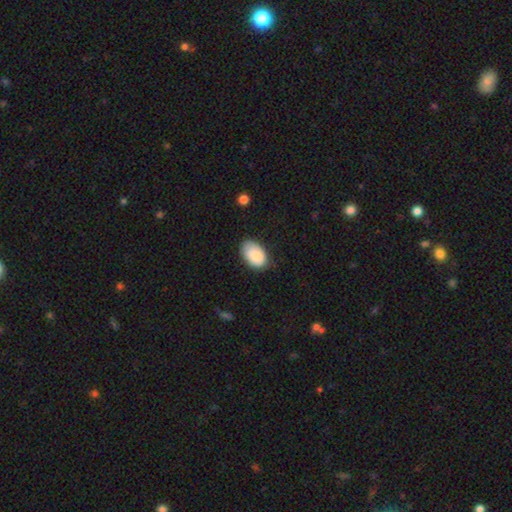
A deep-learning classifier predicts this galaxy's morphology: Smooth or featured? smooth (86%)
How rounded? in between (92%)
Merging? none (71%)